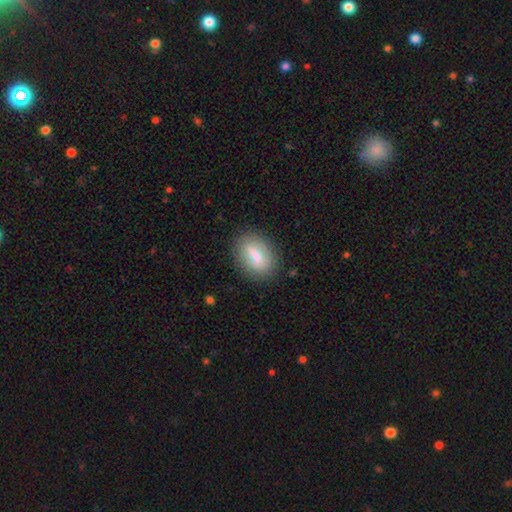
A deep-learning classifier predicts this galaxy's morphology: Smooth or featured?
  - smooth: 68% *
  - featured or disk: 24%
  - star or artifact: 8%
How rounded?
  - in between: 78% *
  - round: 15%
  - cigar-shaped: 6%
Merging?
  - none: 82% *
  - minor disturbance: 12%
  - major disturbance: 4%
  - merger: 2%